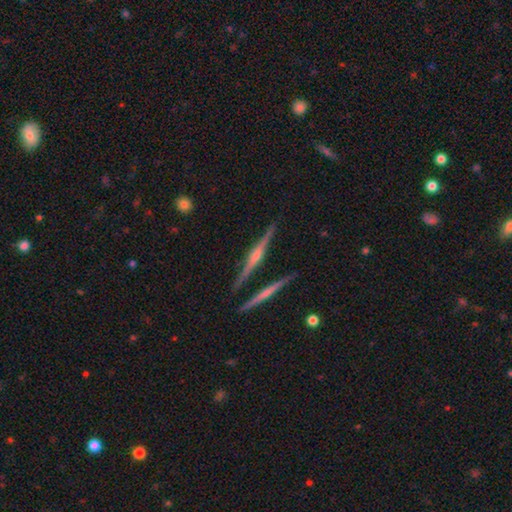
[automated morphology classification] A featured or disk galaxy (81%) viewed edge-on (98%) with a rounded central bulge (79%).

Vote fractions:
- Smooth or featured? featured or disk: 81% / smooth: 12% / star or artifact: 7%
- Edge-on disk? yes: 98% / no: 2%
- Edge-on bulge? rounded: 79% / none: 14% / boxy: 7%
- Merging? none: 86% / minor disturbance: 7% / merger: 4% / major disturbance: 2%